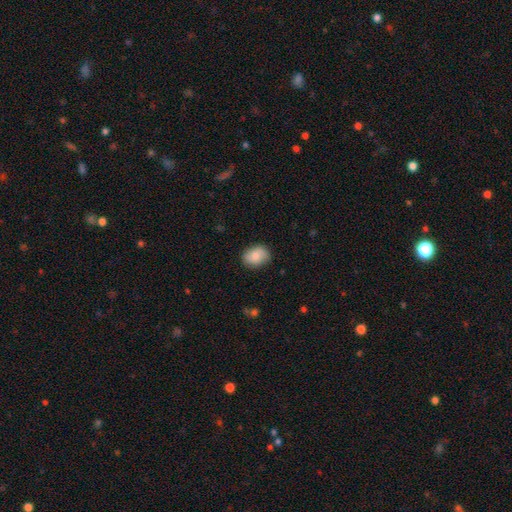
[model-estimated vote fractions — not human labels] This is clearly a smooth galaxy (82%). How rounded: likely in between (69%). Merging: clearly none (81%).